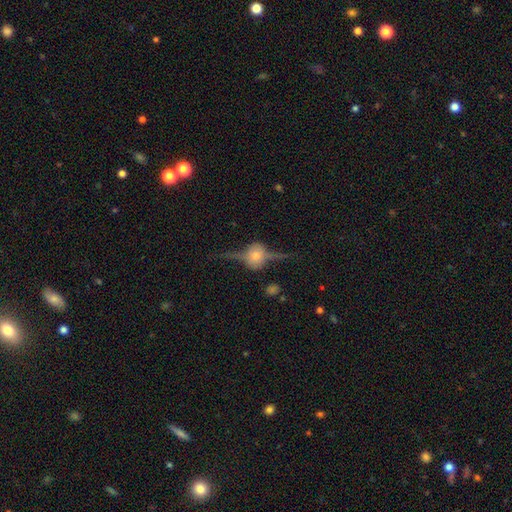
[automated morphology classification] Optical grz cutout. It shows a featured or disk galaxy (79%) viewed edge-on (87%) with a rounded central bulge (93%). Merging: none (71%).